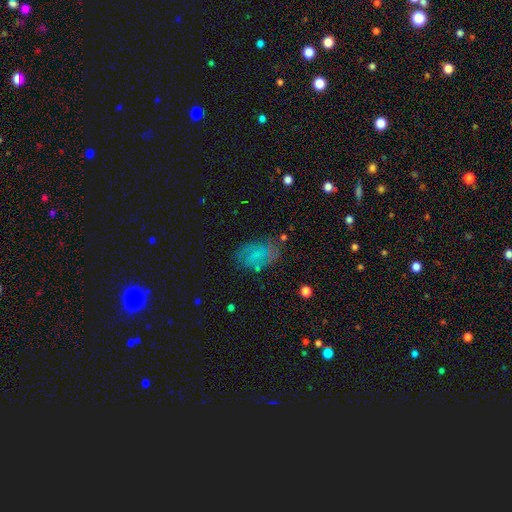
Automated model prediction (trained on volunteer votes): This appears to be a smooth galaxy with no disk features (50%) that is in between round and cigar-shaped (89%). Merging: none (64%).